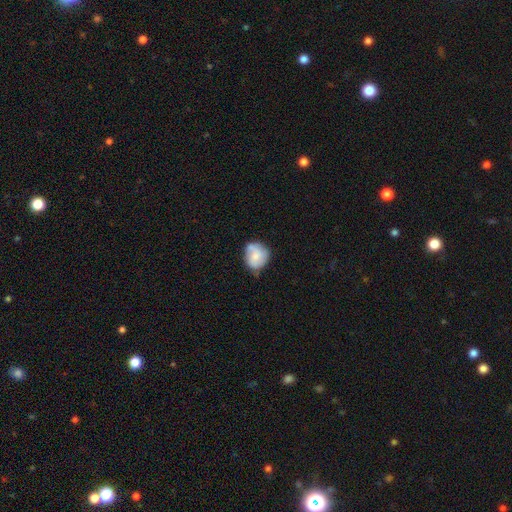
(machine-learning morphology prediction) The model was most divided on "merging": none: 54%, minor disturbance: 30%, major disturbance: 9%, merger: 7%. More confident: how rounded — round (75%); smooth or featured — smooth (60%).